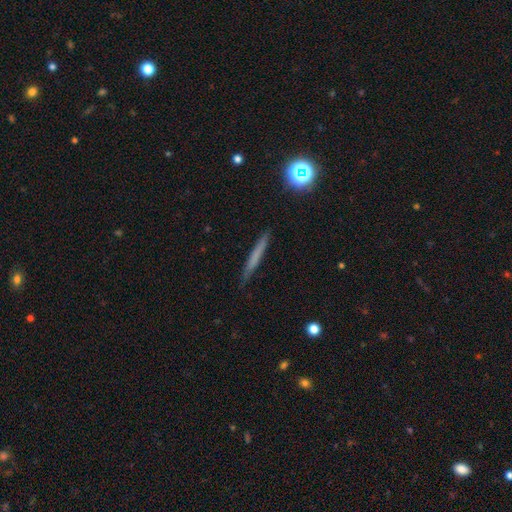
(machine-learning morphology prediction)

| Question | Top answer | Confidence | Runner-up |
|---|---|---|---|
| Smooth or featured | smooth | 60% | featured or disk (30%) |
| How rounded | cigar-shaped | 95% | in between (3%) |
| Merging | none | 86% | minor disturbance (10%) |